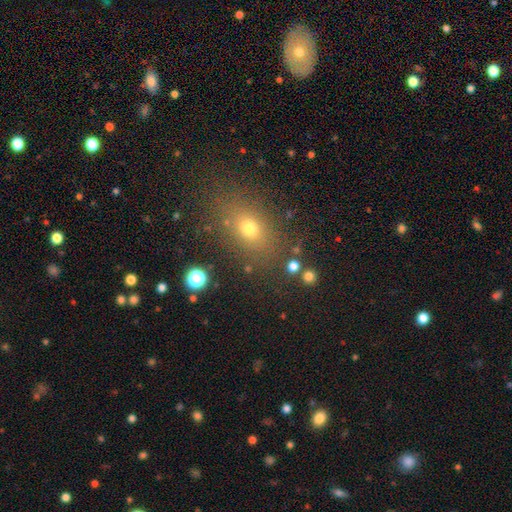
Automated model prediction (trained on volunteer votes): smooth_or_featured: smooth (p=0.62) [alt: star or artifact p=0.26]
how_rounded: in between (p=0.64) [alt: round p=0.32]
merging: none (p=0.83) [alt: minor disturbance p=0.10]